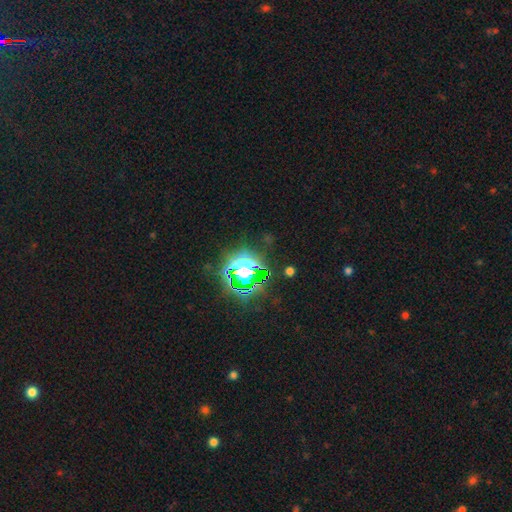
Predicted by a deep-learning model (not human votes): Smooth or featured: star or artifact — 83% (smooth — 11%)